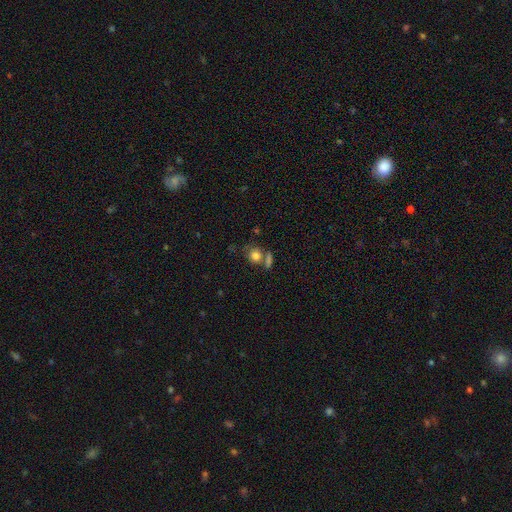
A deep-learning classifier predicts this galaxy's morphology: Smooth or featured?
  - smooth: 80% *
  - star or artifact: 11%
  - featured or disk: 9%
How rounded?
  - round: 76% *
  - in between: 22%
  - cigar-shaped: 2%
Merging?
  - none: 54% *
  - merger: 26%
  - minor disturbance: 13%
  - major disturbance: 7%